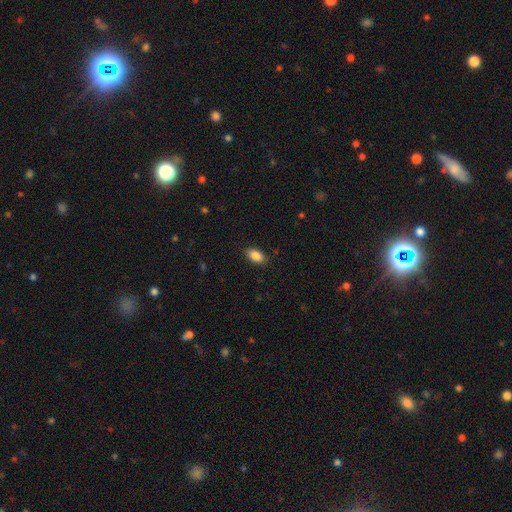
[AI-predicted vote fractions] smooth 86%, star or artifact 8%, featured or disk 6%. Down the decision tree: how rounded — in between (90%); merging — none (86%).